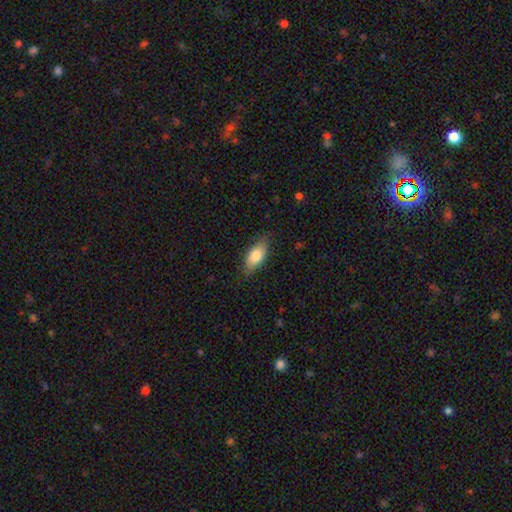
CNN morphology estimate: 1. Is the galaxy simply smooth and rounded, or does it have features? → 76% smooth, 17% featured or disk, 7% star or artifact.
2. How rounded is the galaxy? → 84% in between, 13% cigar-shaped, 4% round.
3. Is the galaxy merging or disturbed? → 80% none, 16% minor disturbance, 3% major disturbance, 1% merger.